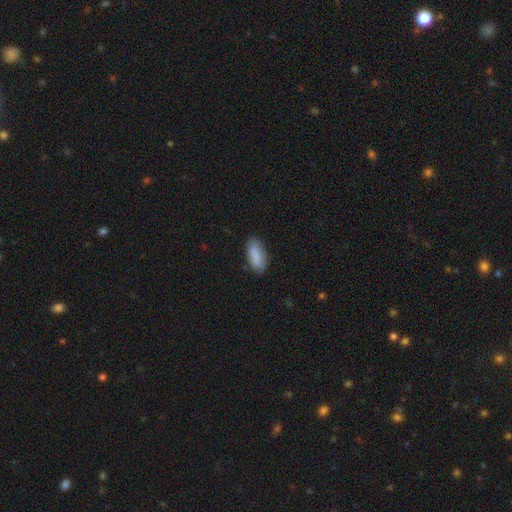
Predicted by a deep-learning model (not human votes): smooth 88%, star or artifact 6%, featured or disk 6%. Down the decision tree: how rounded — in between (88%); merging — none (80%).